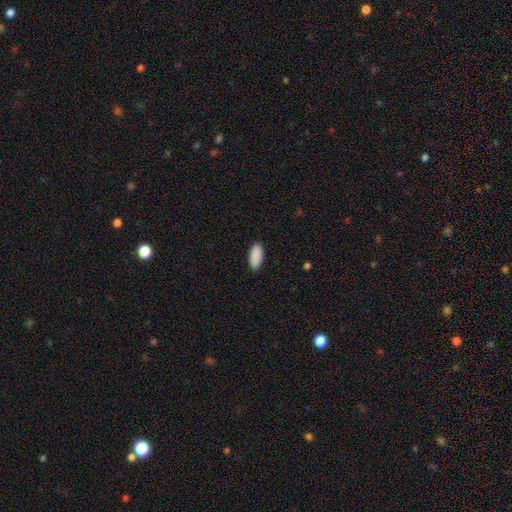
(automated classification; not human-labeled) A smooth galaxy with no disk features (91%) that is in between round and cigar-shaped (87%). Merging: none (89%).